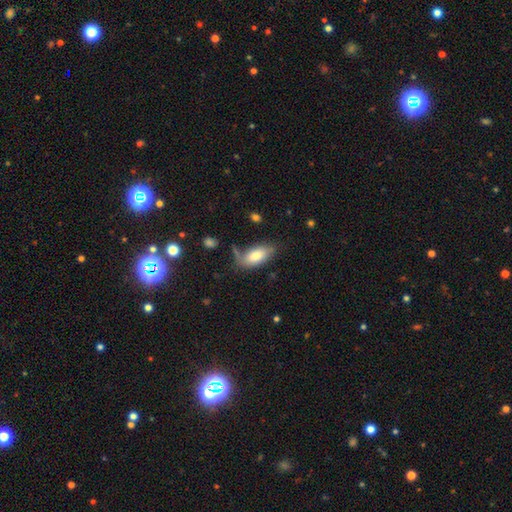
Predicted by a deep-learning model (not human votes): Smooth or featured? Predicted: smooth (p=0.74). How rounded? Predicted: in between (p=0.90). Merging? Predicted: none (p=0.57).